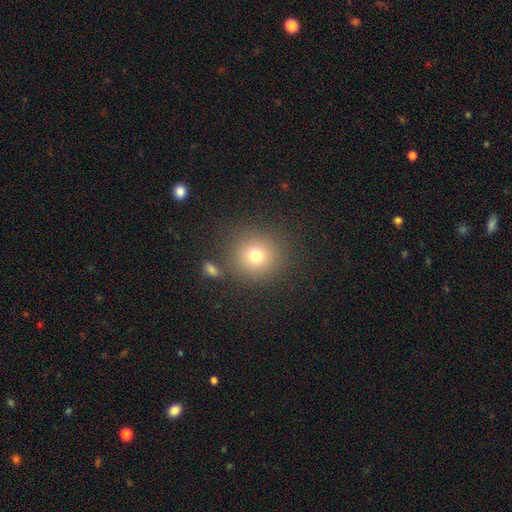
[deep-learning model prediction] Smooth or featured: smooth — 75% (star or artifact — 15%)
How rounded: round — 91% (in between — 8%)
Merging: none — 82% (minor disturbance — 8%)